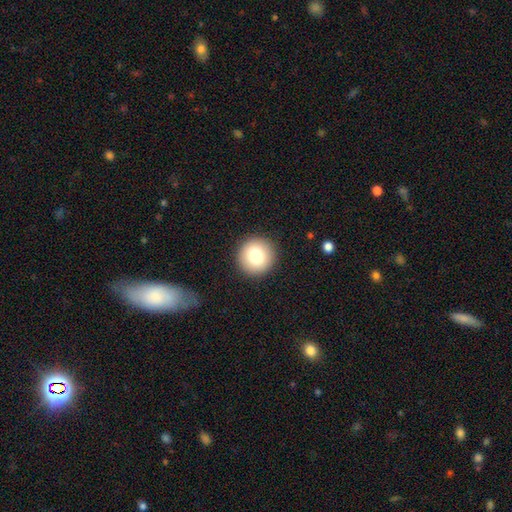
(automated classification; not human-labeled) smooth_or_featured: smooth (p=0.79) [alt: featured or disk p=0.11]
how_rounded: round (p=0.95) [alt: in between p=0.04]
merging: none (p=0.92) [alt: minor disturbance p=0.05]